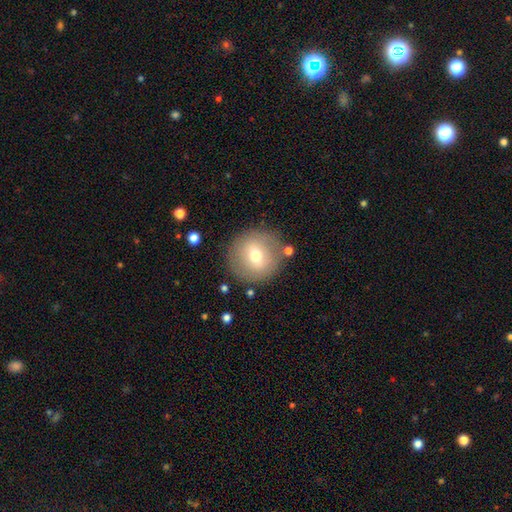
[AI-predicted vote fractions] A smooth galaxy with no disk features (64%) that is round (93%).

Vote fractions:
- Smooth or featured? smooth: 64% / featured or disk: 27% / star or artifact: 9%
- How rounded? round: 93% / in between: 6% / cigar-shaped: 1%
- Merging? none: 84% / minor disturbance: 9% / major disturbance: 4% / merger: 3%